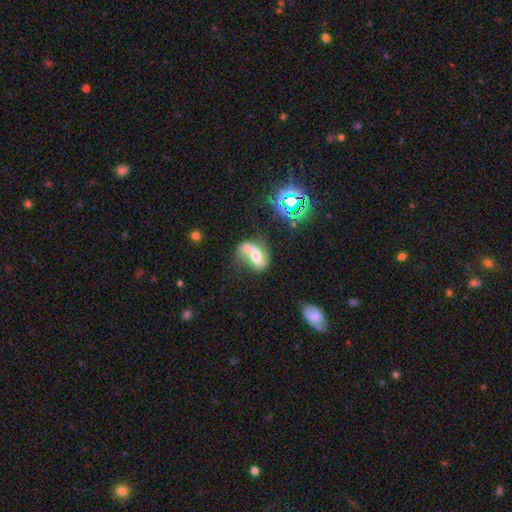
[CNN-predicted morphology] This is possibly a featured or disk galaxy (50%). It is clearly not viewed edge-on (95%). Merging: possibly merger (51%).